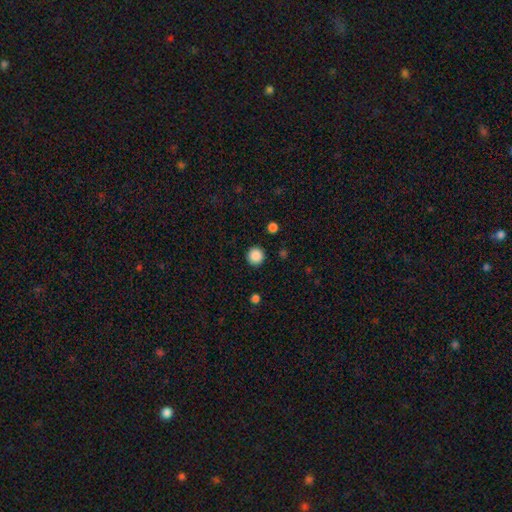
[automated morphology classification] The model was most divided on "smooth or featured": smooth: 88%, star or artifact: 9%, featured or disk: 3%. More confident: how rounded — round (95%); merging — none (92%).